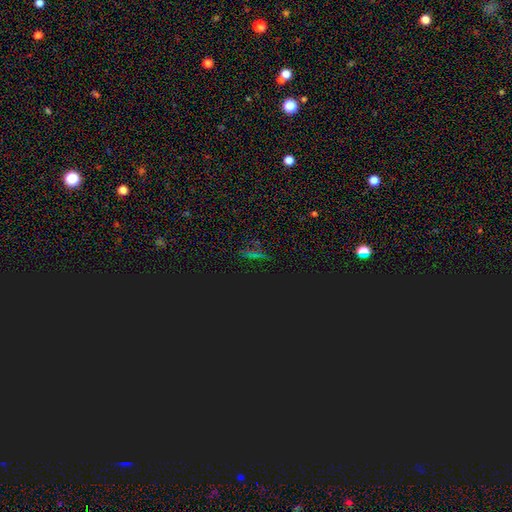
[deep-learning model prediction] Smooth or featured?
  - star or artifact: 70% *
  - smooth: 21%
  - featured or disk: 9%